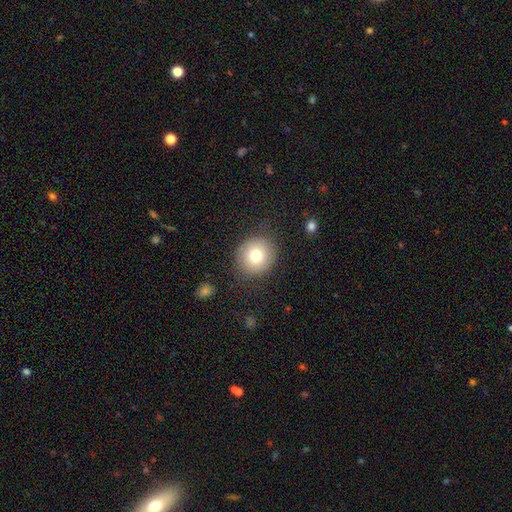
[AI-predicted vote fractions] This is likely a smooth galaxy (76%). How rounded: clearly round (84%). Merging: clearly none (84%).